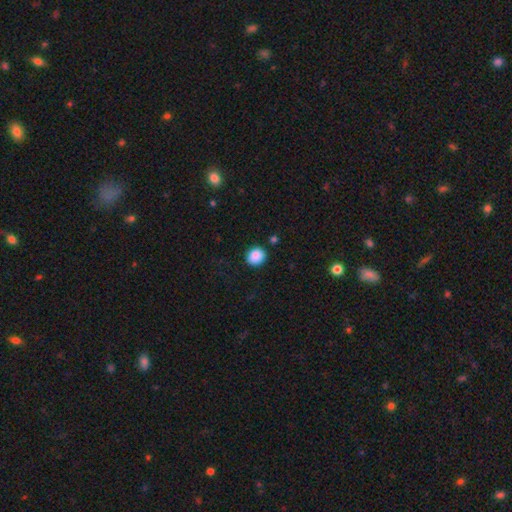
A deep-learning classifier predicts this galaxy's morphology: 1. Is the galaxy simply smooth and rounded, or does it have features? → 88% smooth, 8% star or artifact, 4% featured or disk.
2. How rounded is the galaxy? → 72% round, 27% in between, 1% cigar-shaped.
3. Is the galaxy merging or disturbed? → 87% none, 9% minor disturbance, 2% major disturbance, 2% merger.